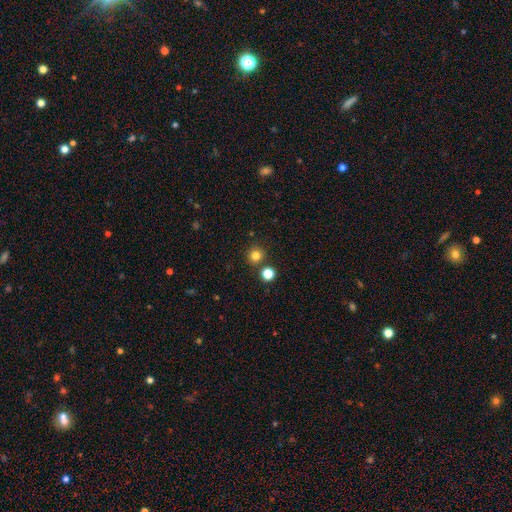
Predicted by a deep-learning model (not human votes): Smooth or featured? Predicted: smooth (p=0.80). How rounded? Predicted: round (p=0.94). Merging? Predicted: none (p=0.83).